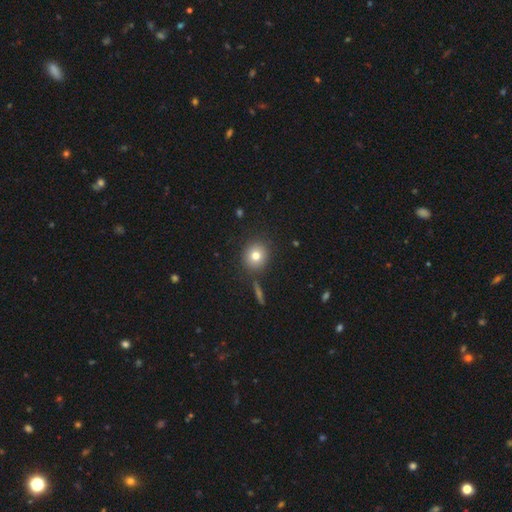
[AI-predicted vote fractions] A smooth galaxy with no disk features (77%) that is round (86%).

Vote fractions:
- Smooth or featured? smooth: 77% / star or artifact: 12% / featured or disk: 11%
- How rounded? round: 86% / in between: 13% / cigar-shaped: 1%
- Merging? none: 86% / minor disturbance: 7% / merger: 4% / major disturbance: 3%